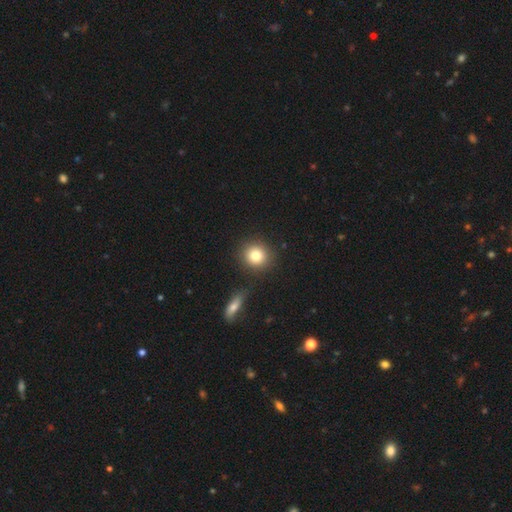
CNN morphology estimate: type=smooth (82%); roundness=round (89%); merging=none (84%).